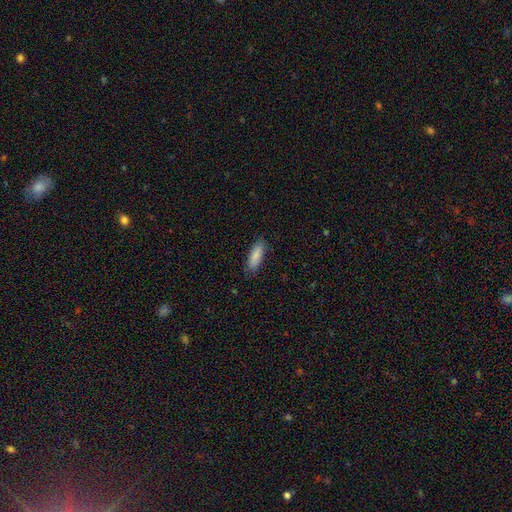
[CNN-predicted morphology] Q: Smooth or featured?
A: smooth (86%); runner-up: featured or disk (8%)
Q: How rounded?
A: in between (61%); runner-up: cigar-shaped (37%)
Q: Merging?
A: none (82%); runner-up: minor disturbance (14%)